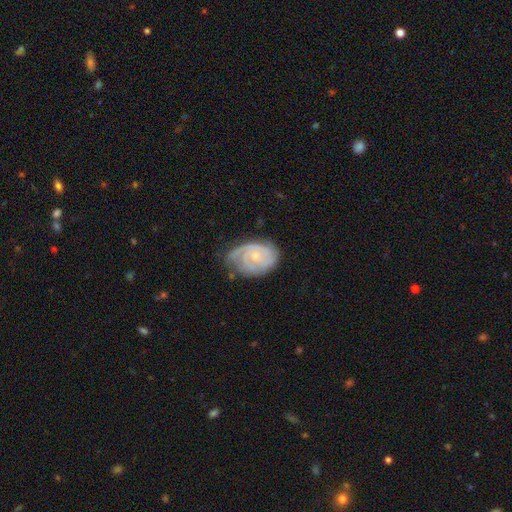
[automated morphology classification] The model was most divided on "spiral arm count": 2: 35%, can't tell: 25%, 3: 23%, 1: 6%, 4: 6%, more than 4: 4%. More confident: edge-on disk — no (97%); spiral arms — yes (95%); smooth or featured — featured or disk (81%); bar — no (71%); spiral winding — tight (69%); bulge size — small (69%); merging — none (61%).